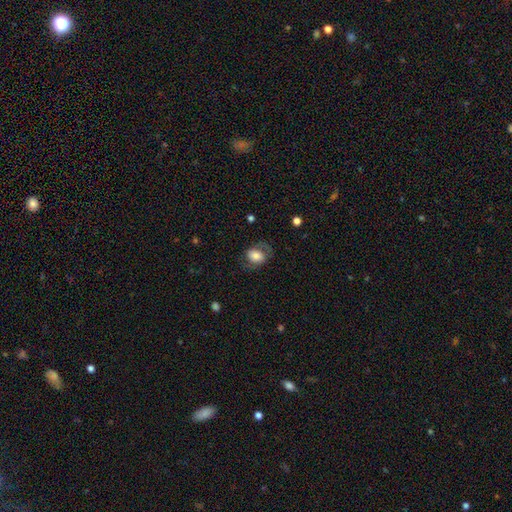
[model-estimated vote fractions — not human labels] Overall: smooth (60%; featured or disk 32%). How rounded: in between (69%; round 29%). Merging: none (63%).